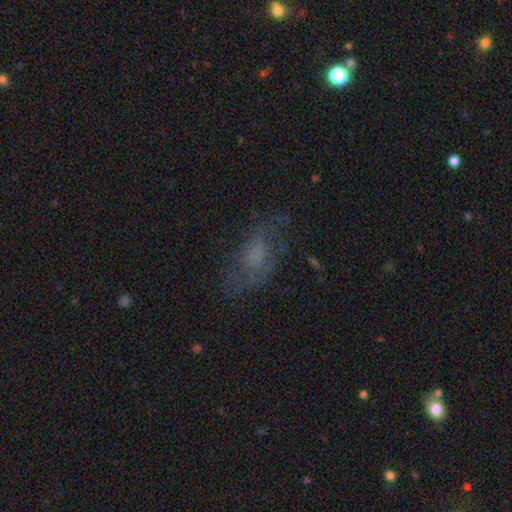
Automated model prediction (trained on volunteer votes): A smooth galaxy with no disk features (47%).

Vote fractions:
- Smooth or featured? smooth: 47% / featured or disk: 38% / star or artifact: 15%
- Merging? none: 56% / minor disturbance: 22% / major disturbance: 20% / merger: 2%